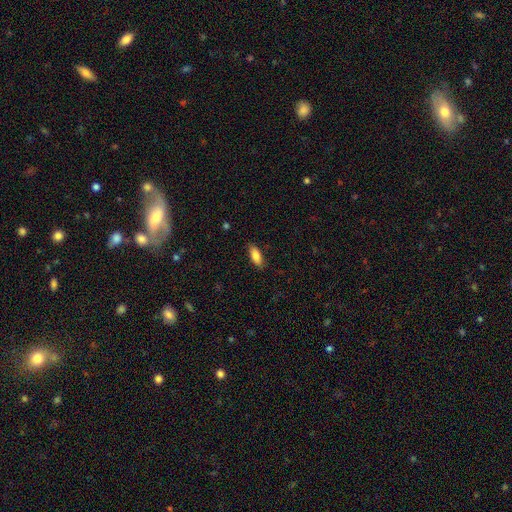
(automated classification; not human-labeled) The model was most divided on "how rounded": in between: 79%, cigar-shaped: 19%, round: 2%. More confident: merging — none (86%); smooth or featured — smooth (85%).